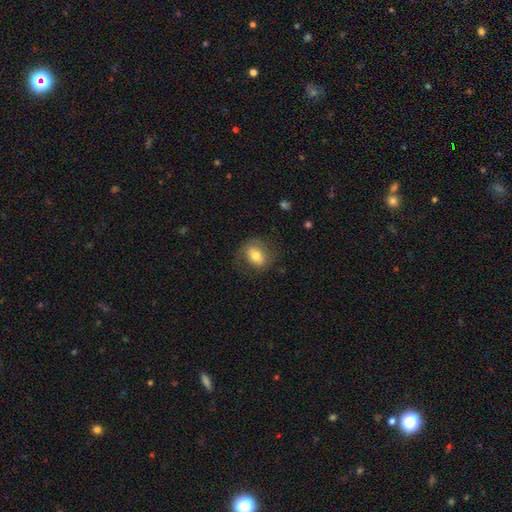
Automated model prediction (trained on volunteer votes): Smooth or featured: smooth — 67% (featured or disk — 26%)
How rounded: in between — 65% (round — 34%)
Merging: none — 68% (minor disturbance — 19%)